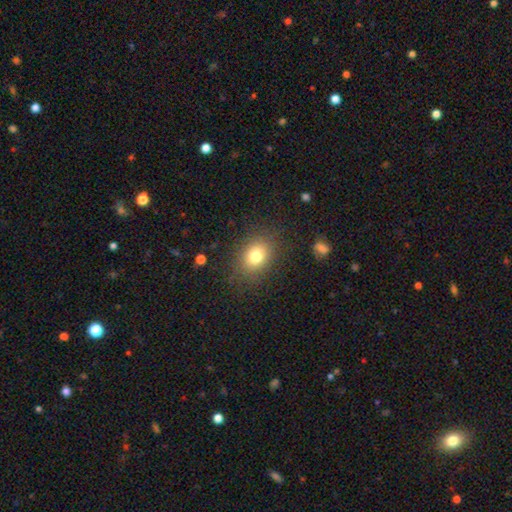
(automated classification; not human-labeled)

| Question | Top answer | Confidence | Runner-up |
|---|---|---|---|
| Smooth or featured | smooth | 78% | star or artifact (12%) |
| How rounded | in between | 55% | round (44%) |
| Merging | none | 83% | minor disturbance (11%) |